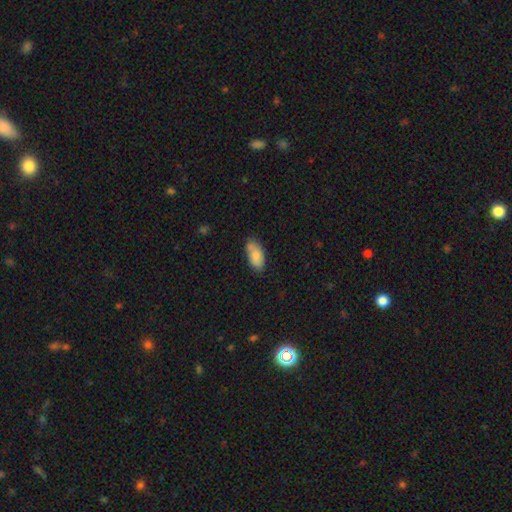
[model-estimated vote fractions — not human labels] Smooth or featured: smooth — 80% (featured or disk — 13%)
How rounded: in between — 90% (cigar-shaped — 7%)
Merging: none — 64% (minor disturbance — 22%)